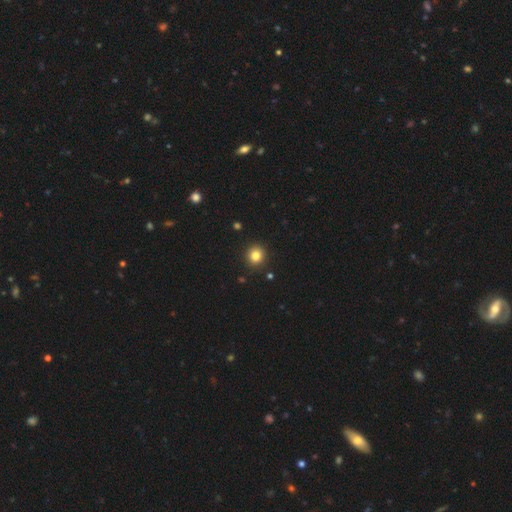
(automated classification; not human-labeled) This is clearly a smooth galaxy (82%). How rounded: clearly round (89%). Merging: clearly none (92%).